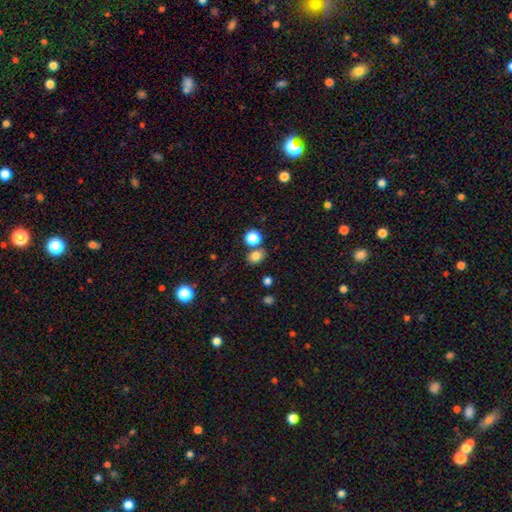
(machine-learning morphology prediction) Smooth or featured?
  - smooth: 80% *
  - star or artifact: 14%
  - featured or disk: 6%
How rounded?
  - round: 58% *
  - in between: 41%
  - cigar-shaped: 1%
Merging?
  - none: 71% *
  - merger: 16%
  - minor disturbance: 10%
  - major disturbance: 3%